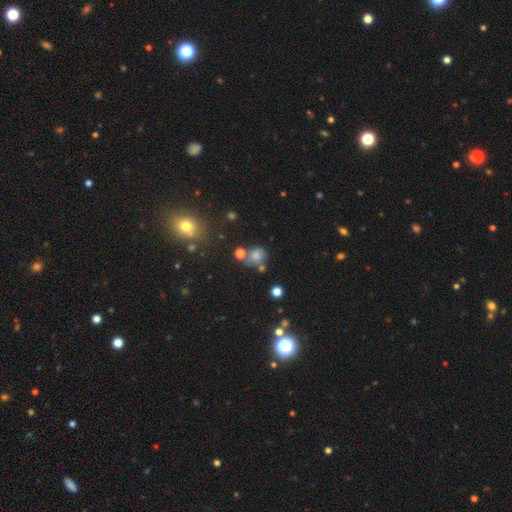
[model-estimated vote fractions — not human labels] A smooth galaxy with no disk features (71%) that is round (77%). Merging: none (57%).